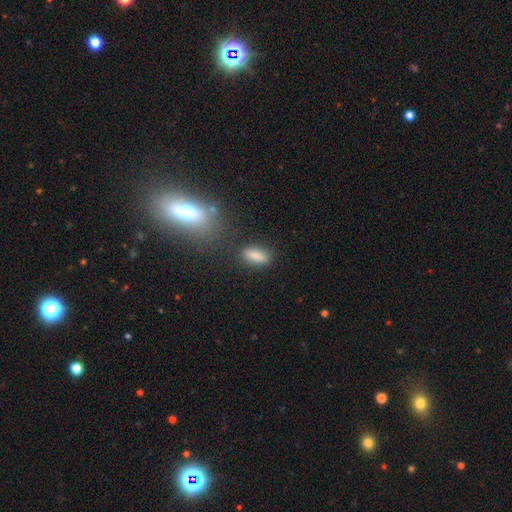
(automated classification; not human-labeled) Smooth or featured: smooth — 86% (star or artifact — 8%)
How rounded: in between — 78% (cigar-shaped — 17%)
Merging: none — 81% (minor disturbance — 12%)